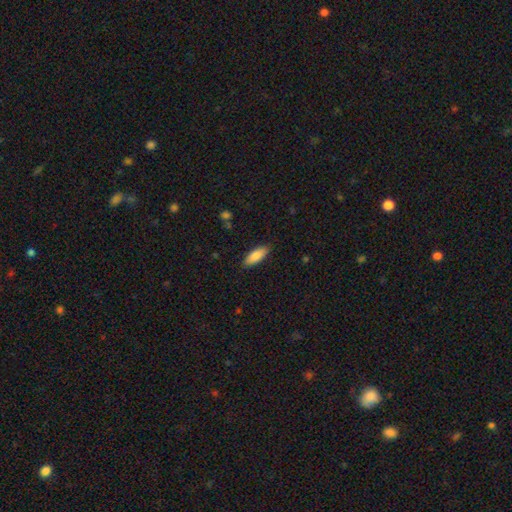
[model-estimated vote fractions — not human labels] Q: Smooth or featured?
A: smooth (83%); runner-up: featured or disk (11%)
Q: How rounded?
A: in between (74%); runner-up: cigar-shaped (24%)
Q: Merging?
A: none (87%); runner-up: minor disturbance (10%)